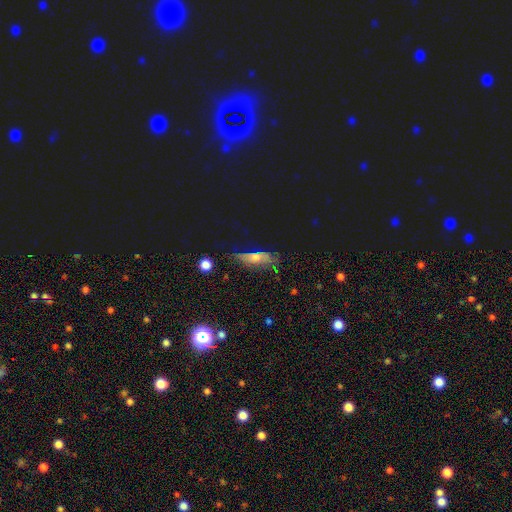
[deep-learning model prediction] A featured or disk galaxy (36%).

Vote fractions:
- Smooth or featured? featured or disk: 36% / smooth: 35% / star or artifact: 29%
- Merging? none: 62% / minor disturbance: 24% / major disturbance: 10% / merger: 3%